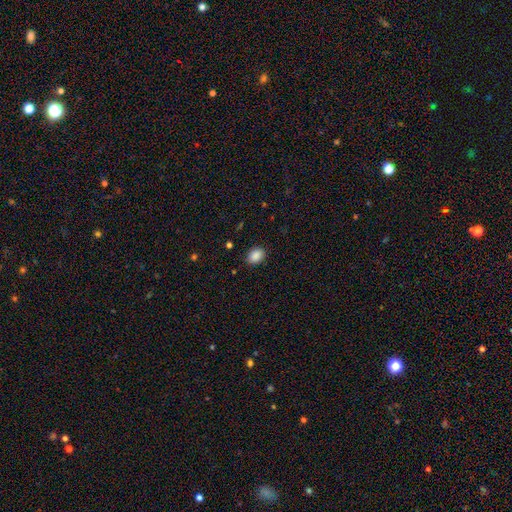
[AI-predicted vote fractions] smooth 88%, star or artifact 9%, featured or disk 3%. Down the decision tree: how rounded — in between (67%); merging — none (87%).